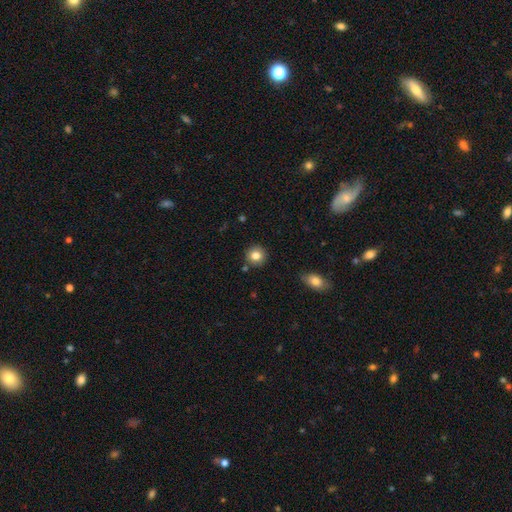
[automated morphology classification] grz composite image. It shows a smooth galaxy with no disk features (82%) that is round (92%). Merging: none (87%).